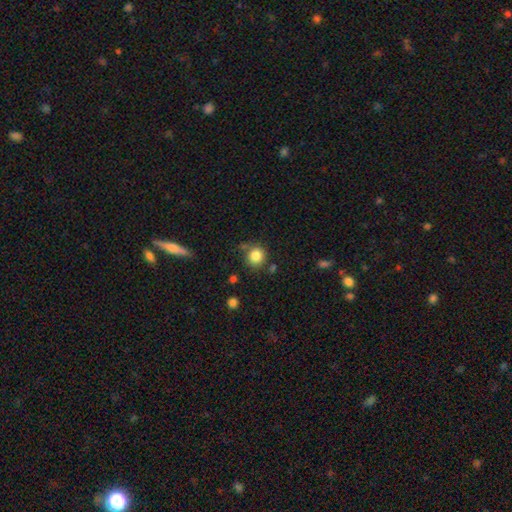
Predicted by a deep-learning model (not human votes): Q: Smooth or featured?
A: smooth (84%); runner-up: star or artifact (10%)
Q: How rounded?
A: round (87%); runner-up: in between (12%)
Q: Merging?
A: none (76%); runner-up: minor disturbance (12%)